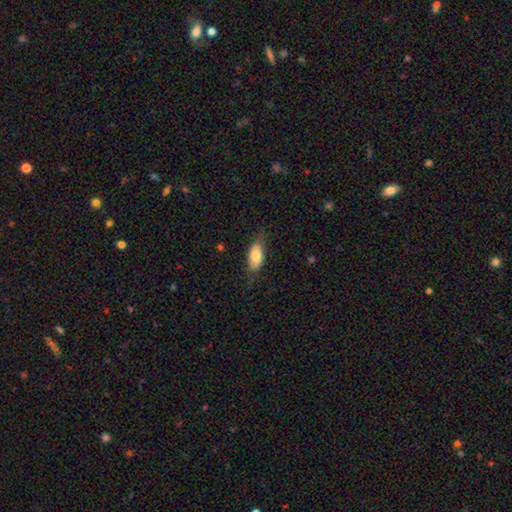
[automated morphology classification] This appears to be a smooth galaxy with no disk features (76%) that is in between round and cigar-shaped (89%). Merging: none (68%).